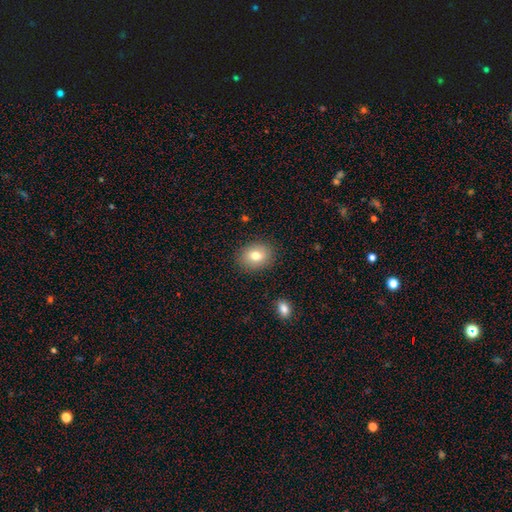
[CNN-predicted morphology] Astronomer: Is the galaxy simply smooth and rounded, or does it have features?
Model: smooth — 79%.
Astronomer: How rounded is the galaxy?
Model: in between — 55% (runner-up: round, 44%).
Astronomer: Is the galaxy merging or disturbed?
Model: none — 87%.